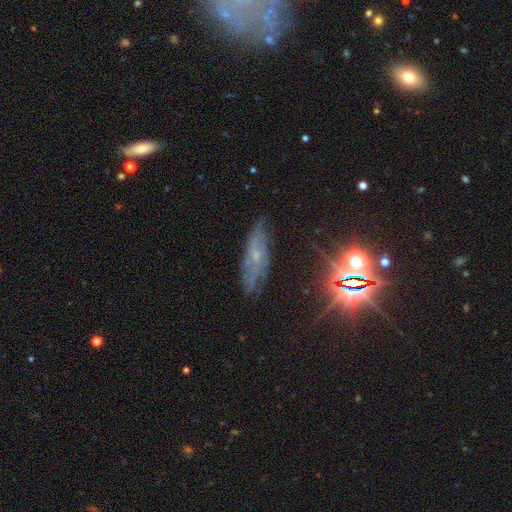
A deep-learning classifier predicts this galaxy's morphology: Overall: featured or disk (53%; smooth 25%). Edge-on disk: no (69%; yes 31%). Merging: none (71%).